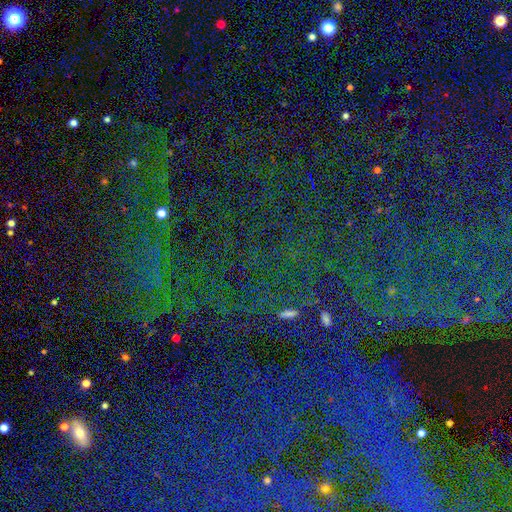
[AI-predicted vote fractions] Overall: star or artifact (77%).